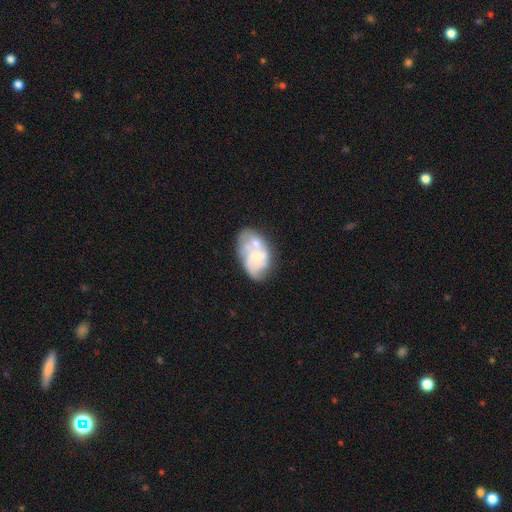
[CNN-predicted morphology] A featured or disk galaxy (63%) with no bar (83%), no spiral arms (60%) and a small central bulge (44%). Merging: none (41%).